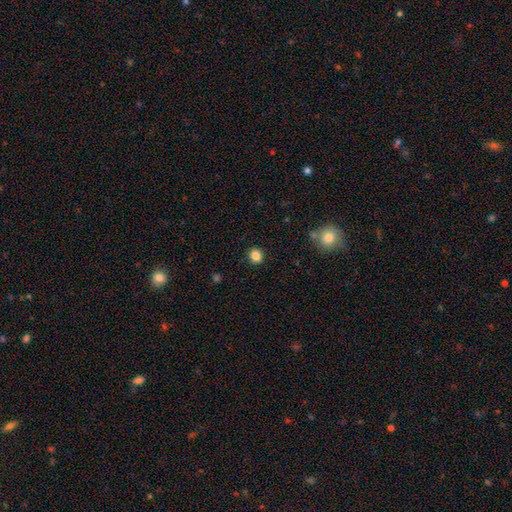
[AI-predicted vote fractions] This is clearly a smooth galaxy (85%). How rounded: clearly round (81%). Merging: clearly none (90%).